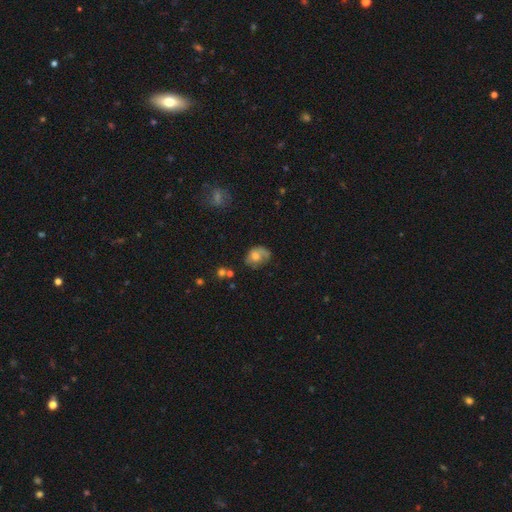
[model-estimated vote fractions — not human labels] Overall: smooth (54%; featured or disk 37%). How rounded: in between (61%; round 38%). Merging: none (49%; minor disturbance 30%).